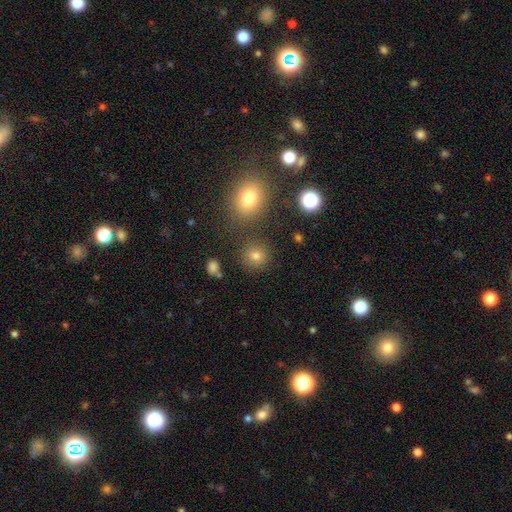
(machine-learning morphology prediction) The model was most divided on "smooth or featured": smooth: 75%, star or artifact: 18%, featured or disk: 7%. More confident: how rounded — round (88%); merging — none (84%).